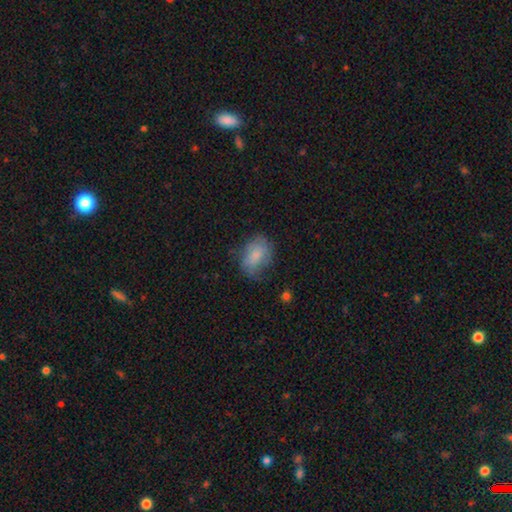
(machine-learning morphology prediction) A smooth galaxy with no disk features (74%) that is in between round and cigar-shaped (74%). Merging: none (56%).